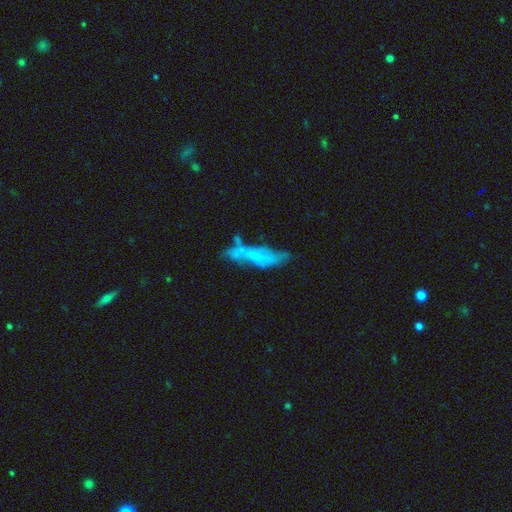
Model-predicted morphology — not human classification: smooth_or_featured: featured or disk (p=0.46) [alt: smooth p=0.43]
merging: none (p=0.42) [alt: minor disturbance p=0.24]